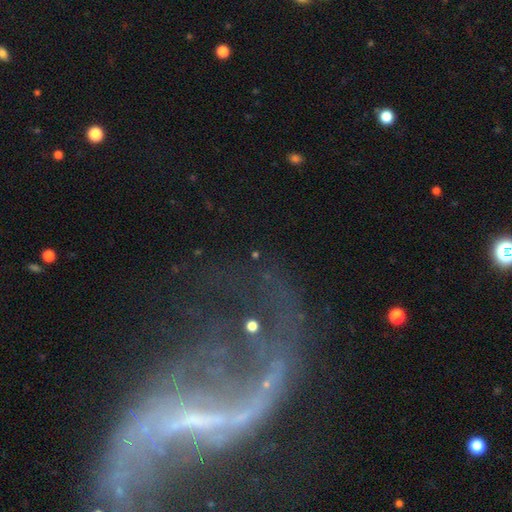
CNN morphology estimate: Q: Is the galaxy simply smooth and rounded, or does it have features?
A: star or artifact — 46%.